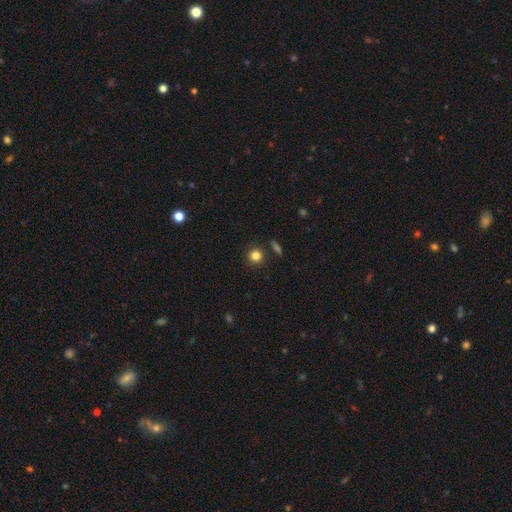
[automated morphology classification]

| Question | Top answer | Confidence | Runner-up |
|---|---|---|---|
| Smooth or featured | smooth | 84% | star or artifact (12%) |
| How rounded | round | 90% | in between (9%) |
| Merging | none | 86% | minor disturbance (8%) |